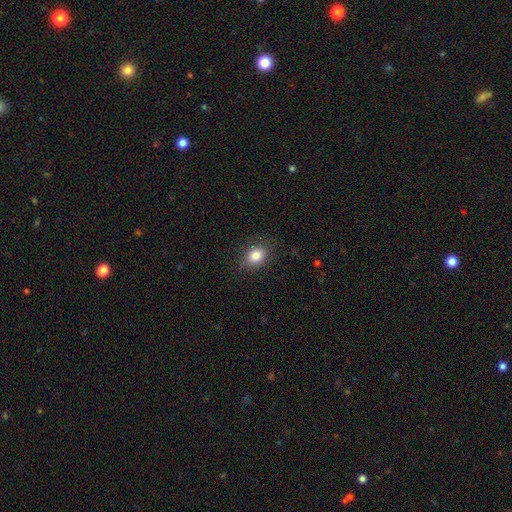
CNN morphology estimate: Smooth or featured?
  - smooth: 84% *
  - star or artifact: 9%
  - featured or disk: 7%
How rounded?
  - in between: 56% *
  - round: 43%
  - cigar-shaped: 1%
Merging?
  - none: 81% *
  - minor disturbance: 14%
  - major disturbance: 4%
  - merger: 1%